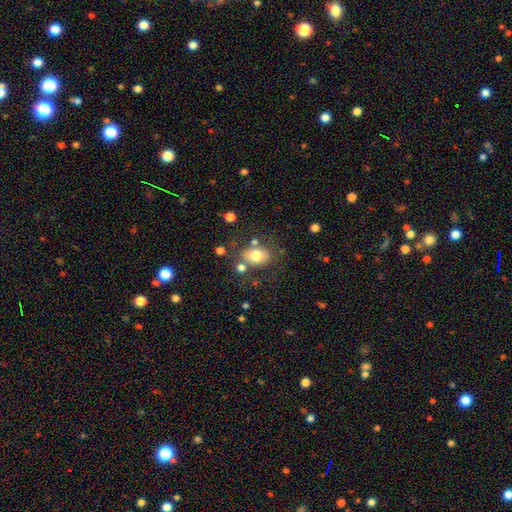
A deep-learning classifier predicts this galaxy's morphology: smooth-or-featured: smooth: 75% | featured or disk: 16% | star or artifact: 10%
  how-rounded: in between: 67% | round: 32% | cigar-shaped: 1%
  merging: none: 64% | minor disturbance: 17% | merger: 11% | major disturbance: 7%